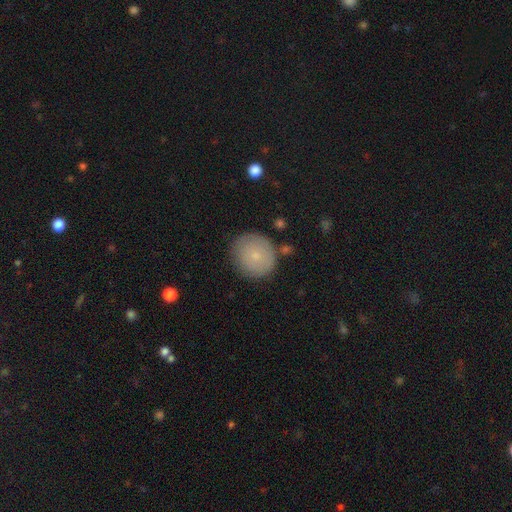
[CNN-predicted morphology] Smooth or featured? smooth (77%)
How rounded? round (85%)
Merging? none (81%)